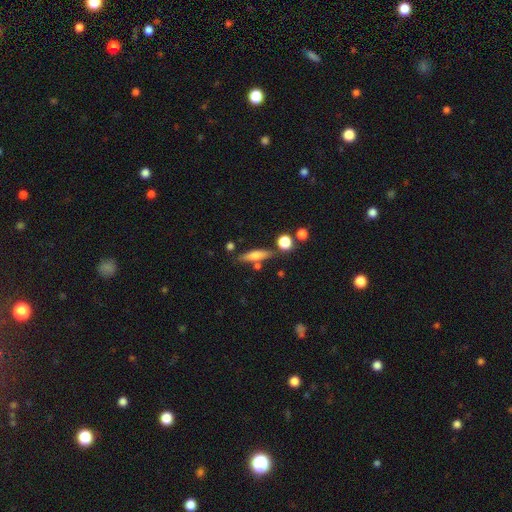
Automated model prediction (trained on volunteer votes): smooth-or-featured: smooth: 60% | featured or disk: 33% | star or artifact: 8%
  how-rounded: cigar-shaped: 68% | in between: 28% | round: 4%
  merging: none: 74% | minor disturbance: 14% | merger: 9% | major disturbance: 4%